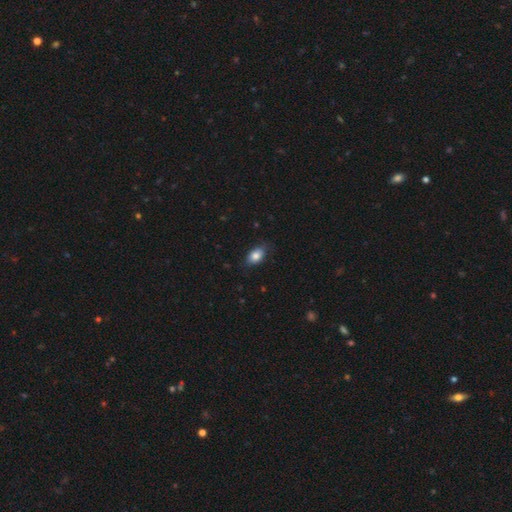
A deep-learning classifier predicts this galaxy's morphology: type=smooth (82%); roundness=in between (86%); merging=none (79%).